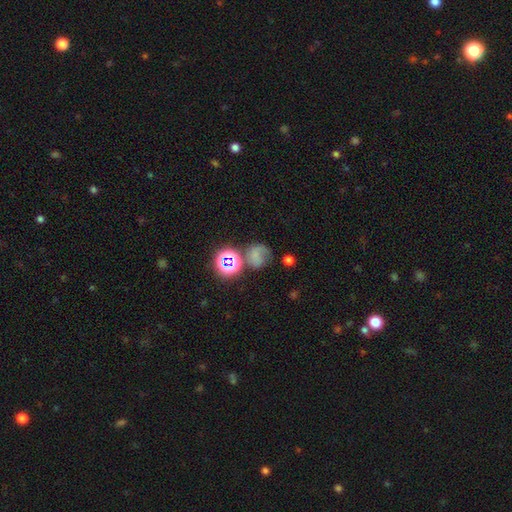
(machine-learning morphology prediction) smooth_or_featured: smooth (p=0.48) [alt: star or artifact p=0.26]
merging: none (p=0.45) [alt: minor disturbance p=0.22]